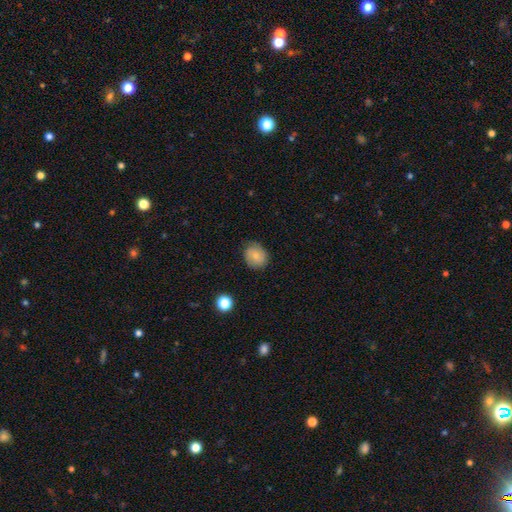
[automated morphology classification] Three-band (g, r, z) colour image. It shows a smooth galaxy with no disk features (76%) that is round (69%). Merging: none (80%).